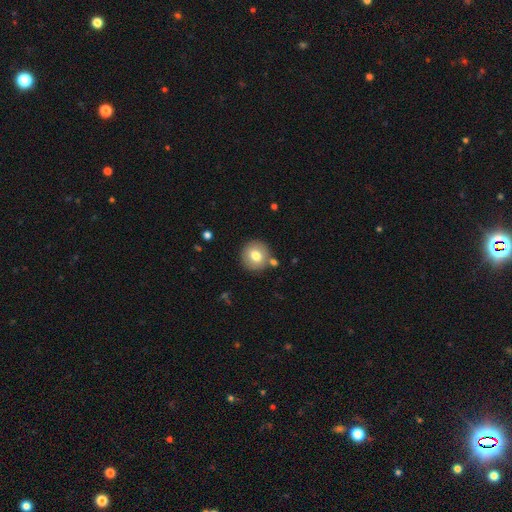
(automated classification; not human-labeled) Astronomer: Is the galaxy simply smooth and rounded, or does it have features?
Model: smooth — 76%.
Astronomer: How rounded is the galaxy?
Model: round — 91%.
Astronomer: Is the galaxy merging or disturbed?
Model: none — 83%.